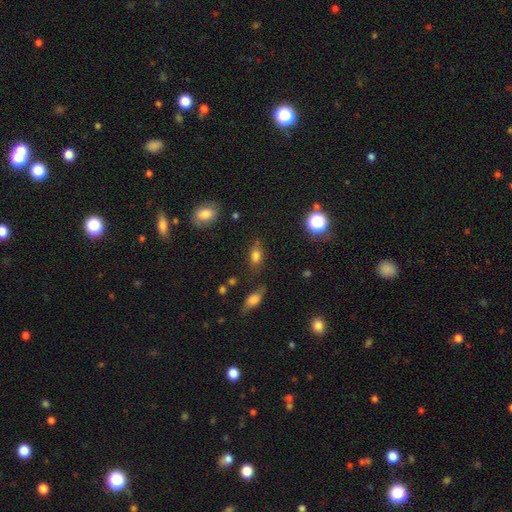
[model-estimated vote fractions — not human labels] A smooth galaxy with no disk features (75%) that is in between round and cigar-shaped (78%). Merging: none (66%).